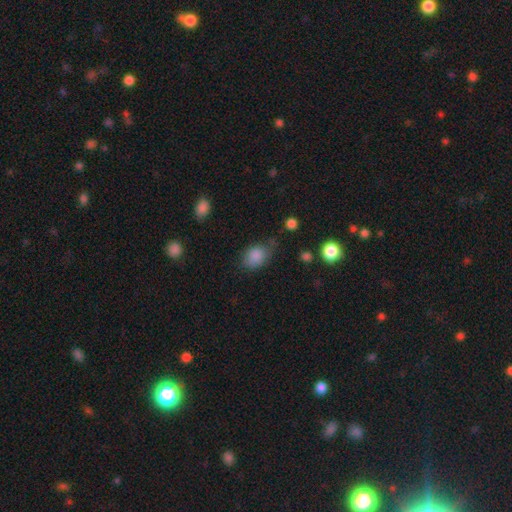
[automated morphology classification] The model was most divided on "merging": none: 53%, minor disturbance: 32%, major disturbance: 12%, merger: 3%. More confident: smooth or featured — smooth (84%); how rounded — in between (73%).